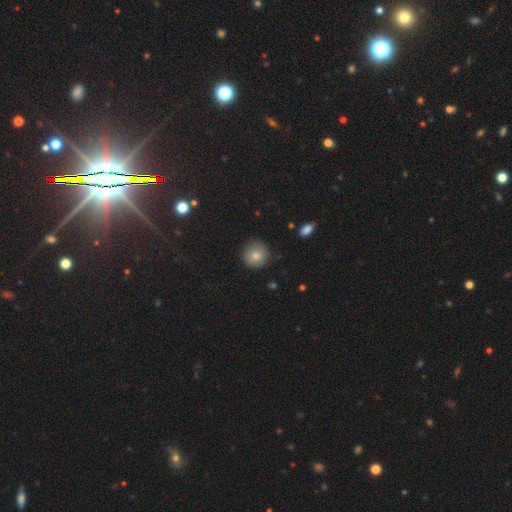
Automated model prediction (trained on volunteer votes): Smooth or featured? smooth (81%)
How rounded? round (93%)
Merging? none (84%)